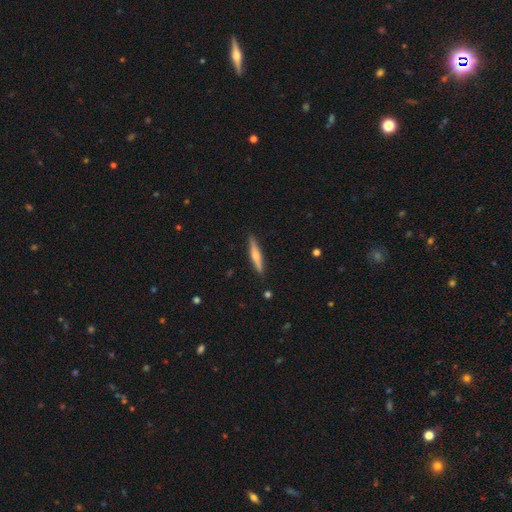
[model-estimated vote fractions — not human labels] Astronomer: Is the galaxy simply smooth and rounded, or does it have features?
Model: featured or disk — 56% (runner-up: smooth, 38%).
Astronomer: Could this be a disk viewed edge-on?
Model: yes — 96%.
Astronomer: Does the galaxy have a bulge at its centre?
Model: rounded — 84%.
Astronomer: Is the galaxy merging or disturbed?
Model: none — 90%.